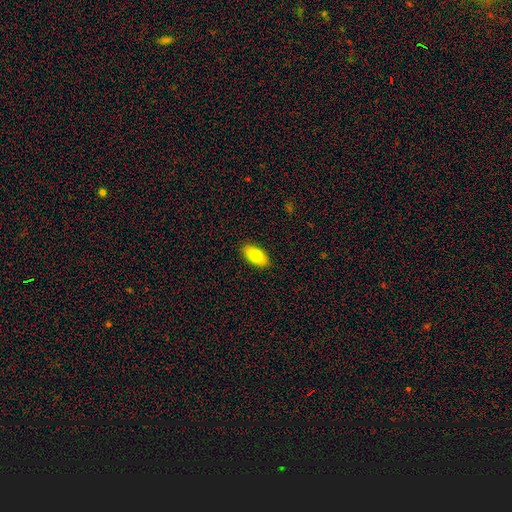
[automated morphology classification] Q: Smooth or featured?
A: smooth (77%); runner-up: featured or disk (16%)
Q: How rounded?
A: in between (93%); runner-up: cigar-shaped (4%)
Q: Merging?
A: none (89%); runner-up: minor disturbance (8%)